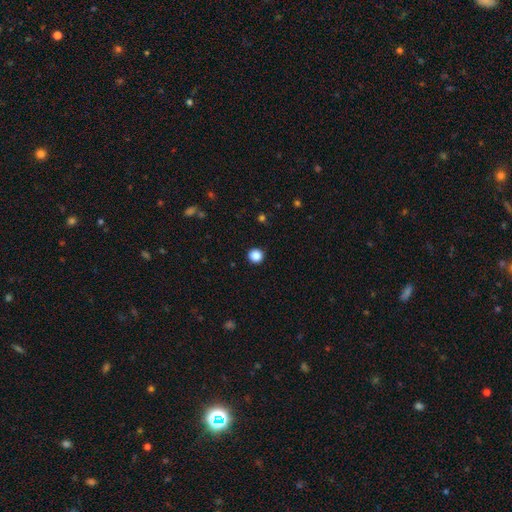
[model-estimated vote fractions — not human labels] A smooth galaxy with no disk features (87%) that is round (94%). Merging: none (93%).